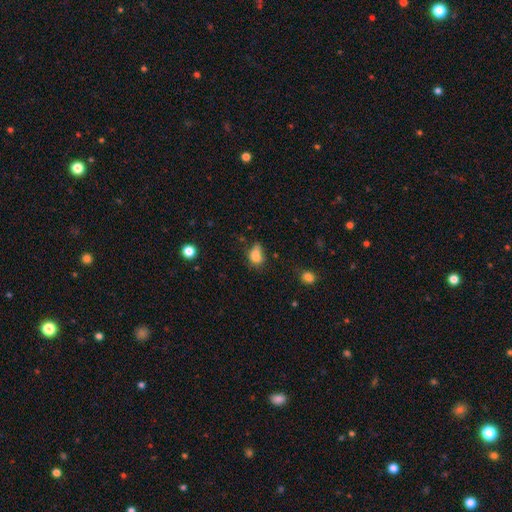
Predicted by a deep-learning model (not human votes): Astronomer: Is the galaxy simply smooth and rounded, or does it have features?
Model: smooth — 79%.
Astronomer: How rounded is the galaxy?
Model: in between — 73%.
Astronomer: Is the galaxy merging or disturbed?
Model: none — 38% (runner-up: minor disturbance, 37%).